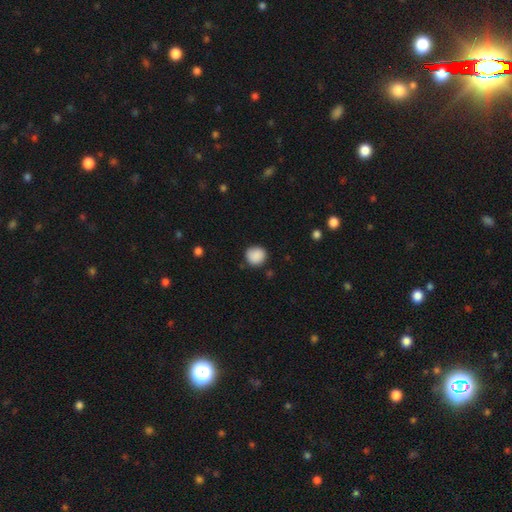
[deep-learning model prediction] smooth 89%, star or artifact 8%, featured or disk 3%. Down the decision tree: how rounded — round (91%); merging — none (85%).